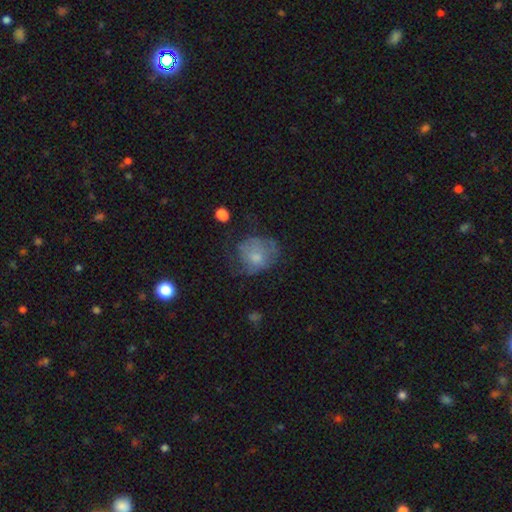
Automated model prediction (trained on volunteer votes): A smooth galaxy with no disk features (60%) that is round (61%).

Vote fractions:
- Smooth or featured? smooth: 60% / featured or disk: 31% / star or artifact: 9%
- How rounded? round: 61% / in between: 38% / cigar-shaped: 1%
- Merging? none: 40% / minor disturbance: 30% / major disturbance: 28% / merger: 2%